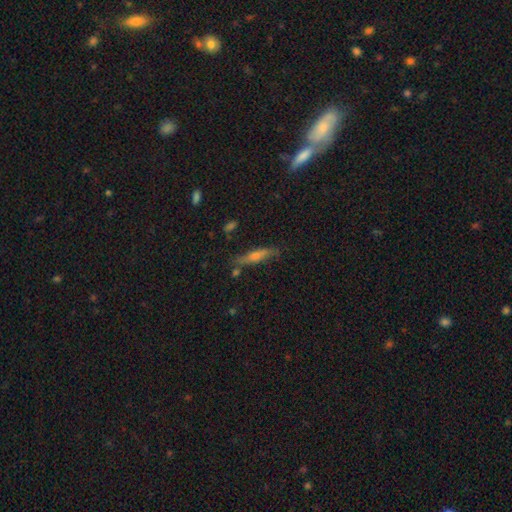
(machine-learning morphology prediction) A featured or disk galaxy (51%) viewed edge-on (87%).

Vote fractions:
- Smooth or featured? featured or disk: 51% / smooth: 39% / star or artifact: 10%
- Edge-on disk? yes: 87% / no: 13%
- Merging? none: 77% / minor disturbance: 15% / merger: 4% / major disturbance: 4%